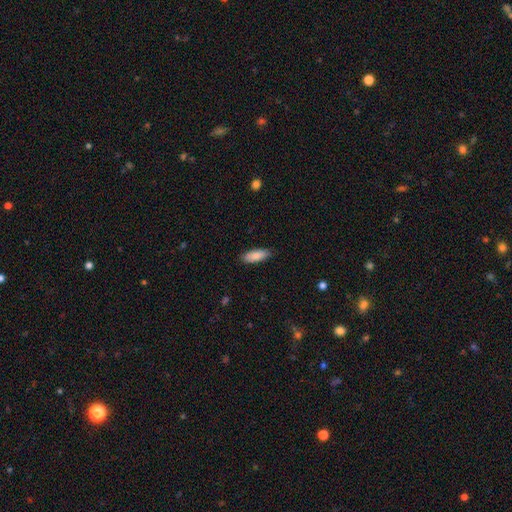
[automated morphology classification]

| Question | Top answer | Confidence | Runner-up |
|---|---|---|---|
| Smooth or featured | smooth | 85% | featured or disk (9%) |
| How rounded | in between | 70% | cigar-shaped (29%) |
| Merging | none | 85% | minor disturbance (12%) |